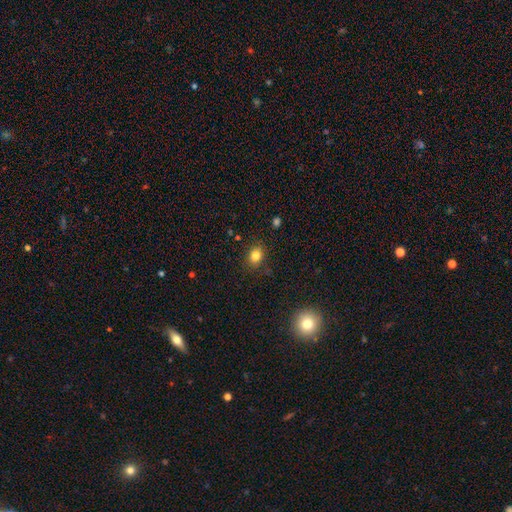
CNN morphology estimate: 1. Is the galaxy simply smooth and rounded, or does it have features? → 82% smooth, 12% star or artifact, 6% featured or disk.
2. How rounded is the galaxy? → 50% round, 49% in between, 1% cigar-shaped.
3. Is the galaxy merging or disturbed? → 82% none, 13% minor disturbance, 4% major disturbance, 2% merger.